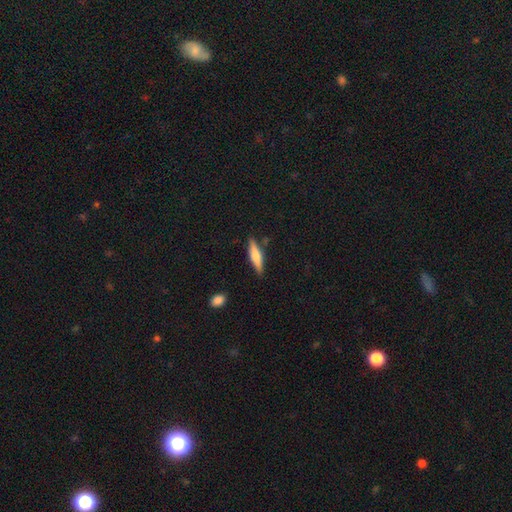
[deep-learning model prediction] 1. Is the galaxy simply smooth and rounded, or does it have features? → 53% smooth, 41% featured or disk, 6% star or artifact.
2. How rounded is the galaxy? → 79% cigar-shaped, 19% in between, 2% round.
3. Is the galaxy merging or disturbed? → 85% none, 11% minor disturbance, 3% merger, 2% major disturbance.